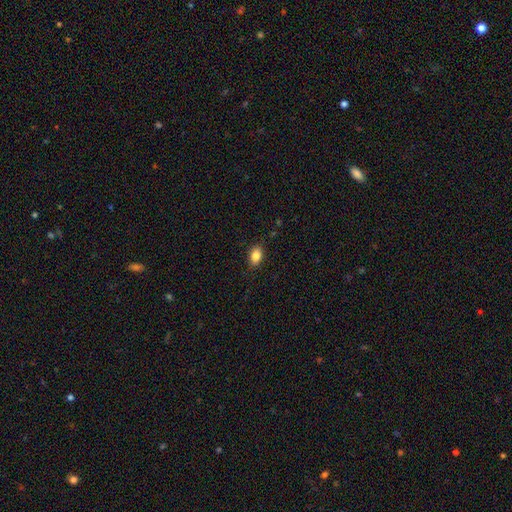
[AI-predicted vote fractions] smooth-or-featured: smooth: 85% | star or artifact: 8% | featured or disk: 6%
  how-rounded: in between: 86% | round: 13% | cigar-shaped: 2%
  merging: none: 87% | minor disturbance: 10% | major disturbance: 2% | merger: 1%